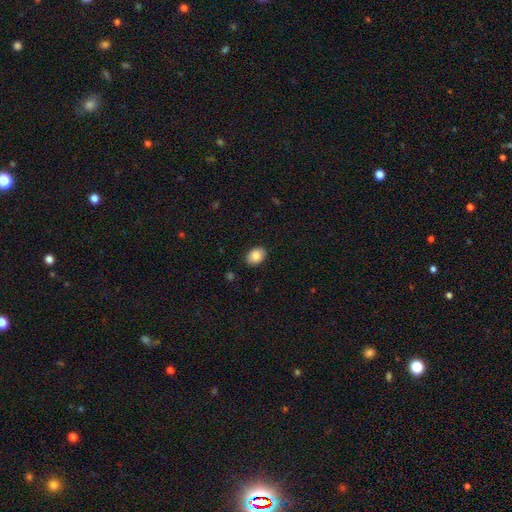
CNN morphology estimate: Q: Smooth or featured?
A: smooth (87%); runner-up: star or artifact (7%)
Q: How rounded?
A: in between (78%); runner-up: round (21%)
Q: Merging?
A: none (88%); runner-up: minor disturbance (9%)